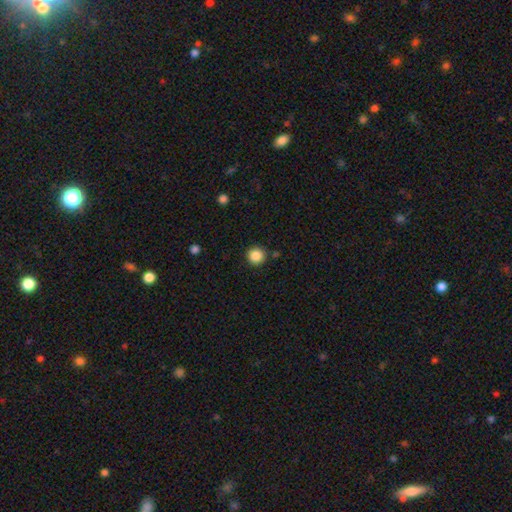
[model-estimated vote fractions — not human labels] The model was most divided on "smooth or featured": smooth: 86%, star or artifact: 10%, featured or disk: 4%. More confident: how rounded — round (95%); merging — none (89%).